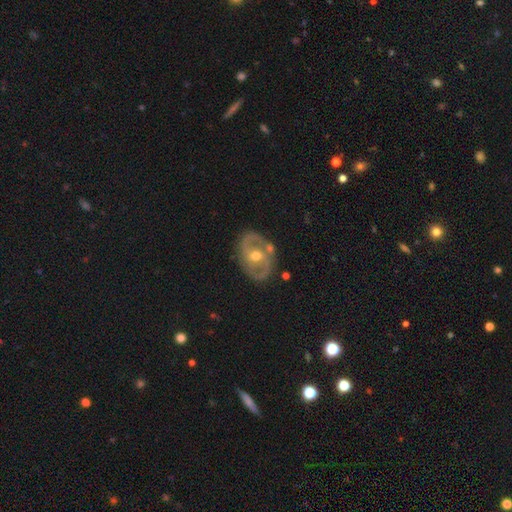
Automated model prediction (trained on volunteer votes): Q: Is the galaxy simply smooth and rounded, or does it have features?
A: featured or disk — 83%.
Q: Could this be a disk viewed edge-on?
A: no — 96%.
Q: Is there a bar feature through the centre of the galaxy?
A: no — 48%.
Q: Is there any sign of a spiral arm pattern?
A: yes — 83%.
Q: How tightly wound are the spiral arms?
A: medium — 49%.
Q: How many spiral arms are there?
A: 2 — 85%.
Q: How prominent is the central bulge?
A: moderate — 70%.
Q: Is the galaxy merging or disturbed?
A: none — 77%.